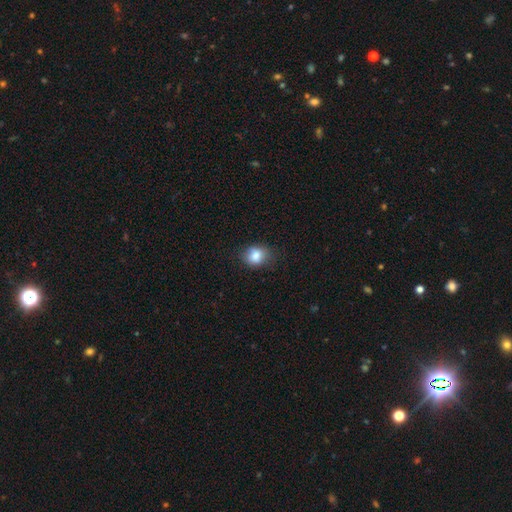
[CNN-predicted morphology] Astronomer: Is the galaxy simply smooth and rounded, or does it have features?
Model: smooth — 83%.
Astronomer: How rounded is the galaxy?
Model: round — 53% (runner-up: in between, 46%).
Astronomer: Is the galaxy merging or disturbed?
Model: none — 73%.